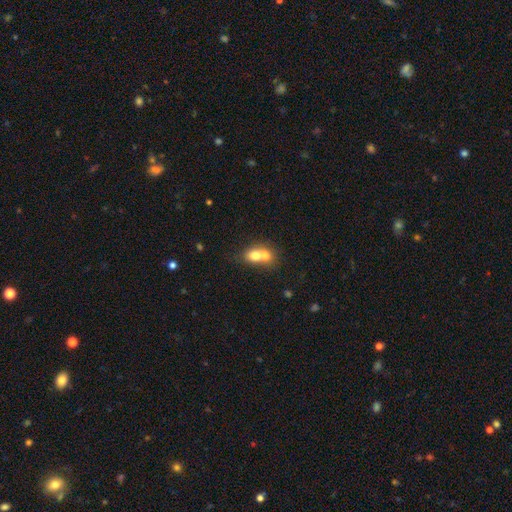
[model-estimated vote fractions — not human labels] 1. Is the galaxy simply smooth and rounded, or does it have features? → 69% smooth, 22% featured or disk, 9% star or artifact.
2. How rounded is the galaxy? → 50% round, 48% in between, 1% cigar-shaped.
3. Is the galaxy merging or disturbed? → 72% merger, 20% none, 6% minor disturbance, 3% major disturbance.